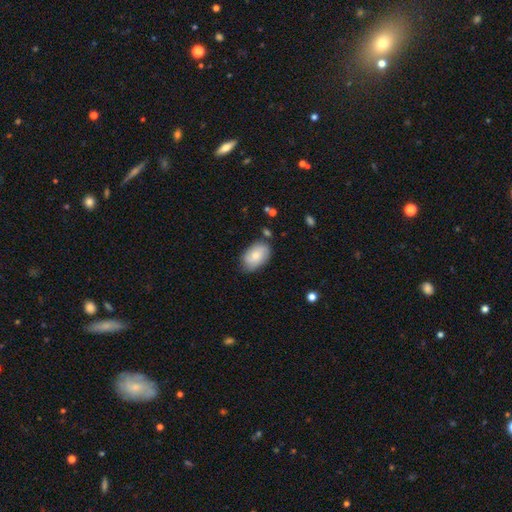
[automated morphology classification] Smooth or featured? smooth (68%)
How rounded? in between (90%)
Merging? none (72%)